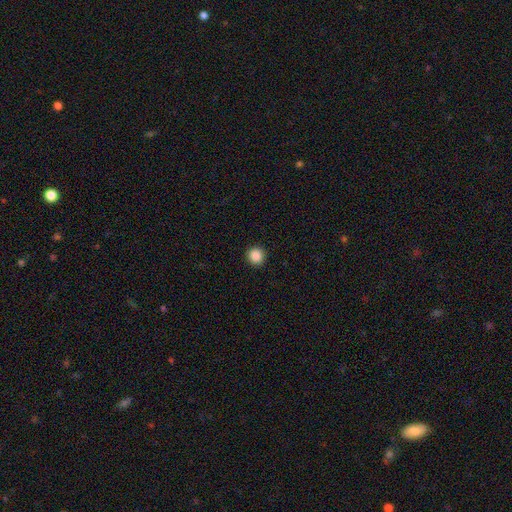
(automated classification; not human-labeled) smooth-or-featured: smooth: 88% | star or artifact: 10% | featured or disk: 3%
  how-rounded: round: 94% | in between: 5% | cigar-shaped: 1%
  merging: none: 93% | minor disturbance: 5% | major disturbance: 2% | merger: 1%